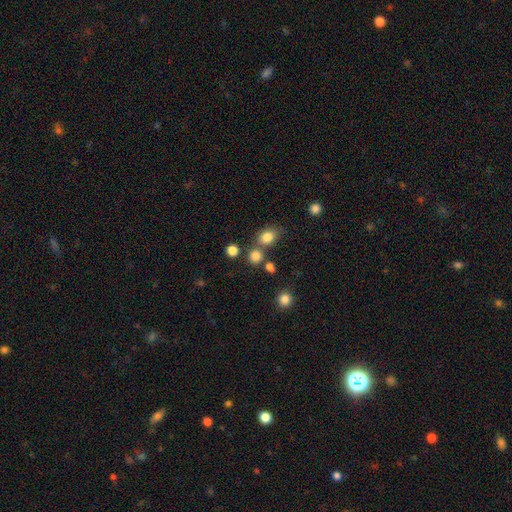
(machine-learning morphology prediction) Q: Smooth or featured?
A: smooth (80%); runner-up: star or artifact (14%)
Q: How rounded?
A: round (79%); runner-up: in between (20%)
Q: Merging?
A: none (66%); runner-up: merger (22%)